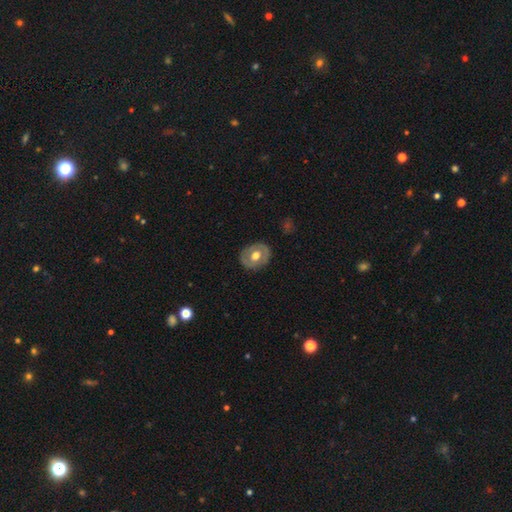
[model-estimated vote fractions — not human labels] Smooth or featured? featured or disk (51%)
Edge-on disk? no (93%)
Merging? none (83%)